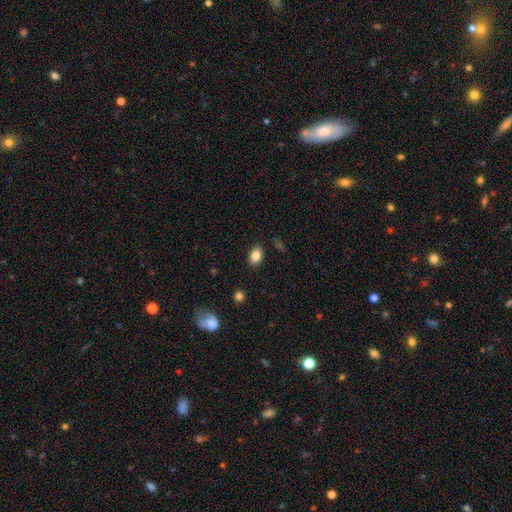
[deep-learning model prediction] Smooth or featured? Predicted: smooth (p=0.83). How rounded? Predicted: in between (p=0.84). Merging? Predicted: none (p=0.86).